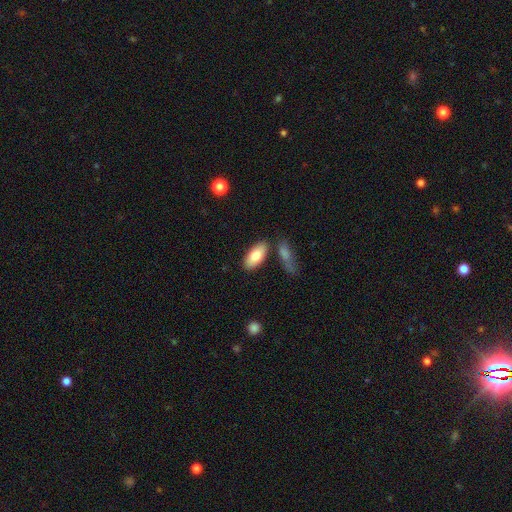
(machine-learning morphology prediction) Overall: smooth (81%). How rounded: in between (90%). Merging: none (78%).